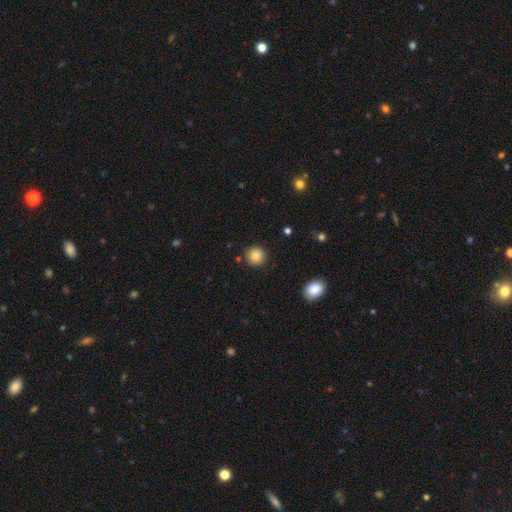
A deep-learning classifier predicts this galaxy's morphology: Smooth or featured? Predicted: smooth (p=0.84). How rounded? Predicted: round (p=0.94). Merging? Predicted: none (p=0.89).